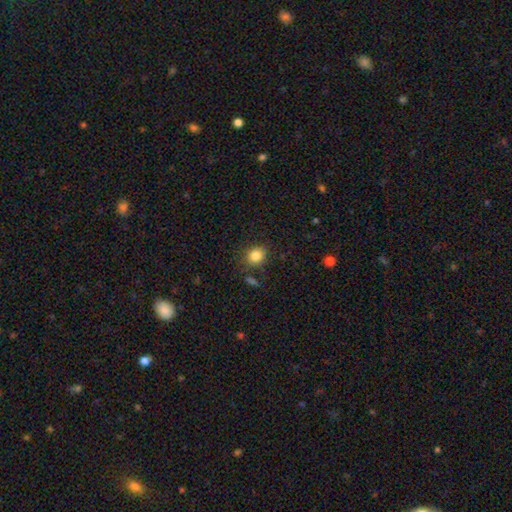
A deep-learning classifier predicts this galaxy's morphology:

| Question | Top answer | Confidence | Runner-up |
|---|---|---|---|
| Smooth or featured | smooth | 84% | star or artifact (10%) |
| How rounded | round | 57% | in between (42%) |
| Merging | none | 80% | minor disturbance (13%) |